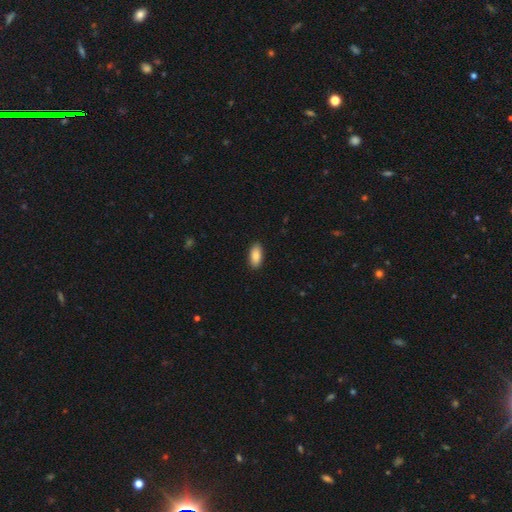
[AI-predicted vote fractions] The model was most divided on "smooth or featured": smooth: 87%, featured or disk: 7%, star or artifact: 7%. More confident: how rounded — in between (91%); merging — none (90%).